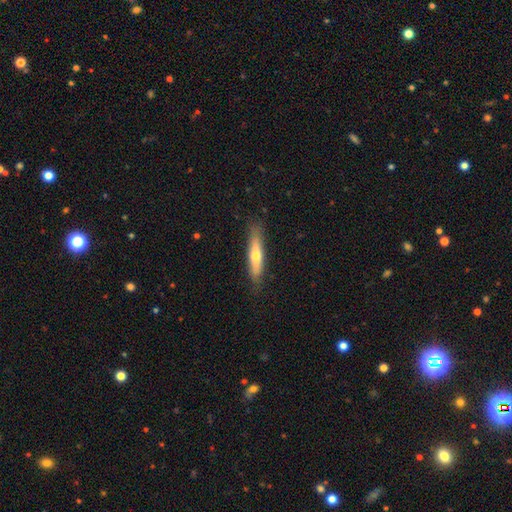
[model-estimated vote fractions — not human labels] This appears to be a smooth galaxy with no disk features (58%) that is cigar-shaped (81%). Merging: none (83%).